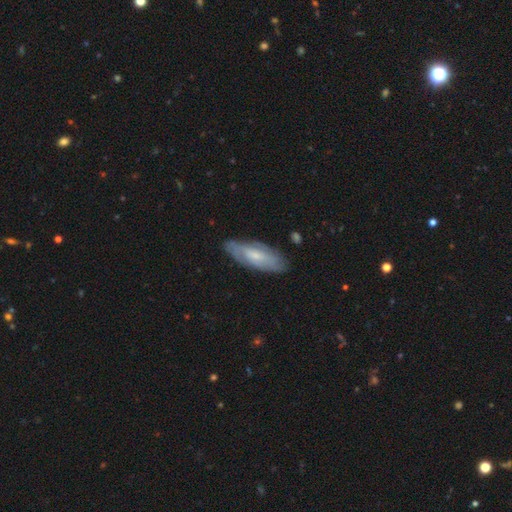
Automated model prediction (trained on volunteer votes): The model was most divided on "smooth or featured": featured or disk: 52%, smooth: 41%, star or artifact: 6%. More confident: merging — none (80%); edge-on disk — no (77%).